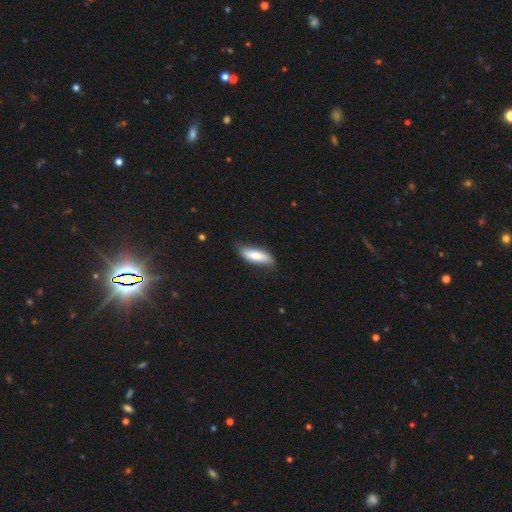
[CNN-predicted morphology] A smooth galaxy with no disk features (75%) that is in between round and cigar-shaped (54%). Merging: none (72%).